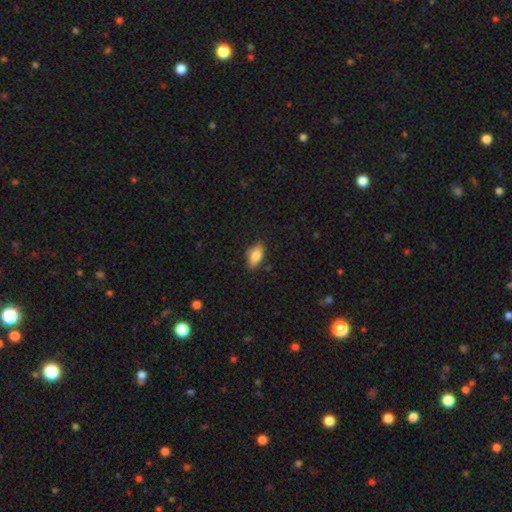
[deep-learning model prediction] Overall: smooth (79%). How rounded: in between (86%). Merging: none (78%).